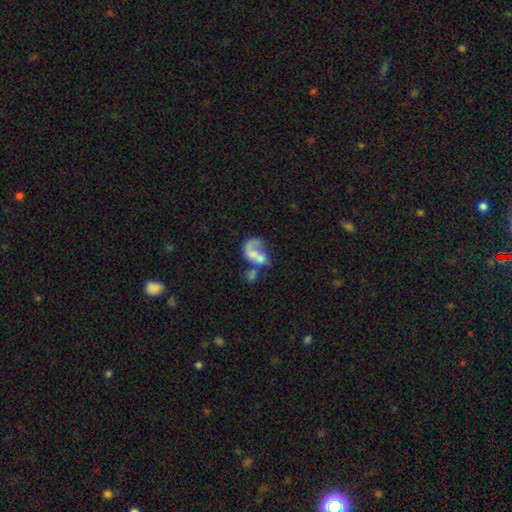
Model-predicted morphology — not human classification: The model was most divided on "smooth or featured": featured or disk: 50%, smooth: 40%, star or artifact: 10%. Remaining: edge-on disk — no (98%); merging — merger (46%).